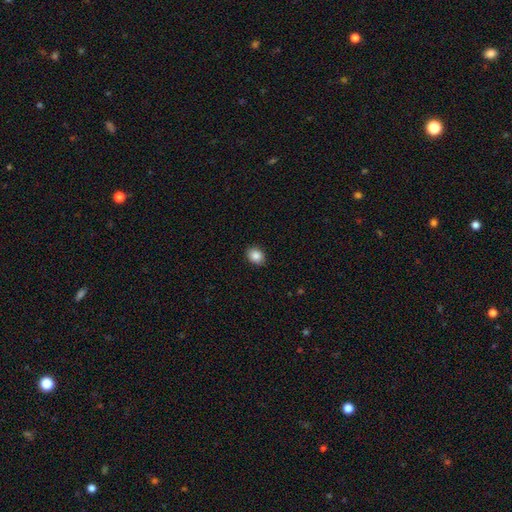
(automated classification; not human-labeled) smooth_or_featured: smooth (p=0.87) [alt: star or artifact p=0.08]
how_rounded: in between (p=0.60) [alt: round p=0.40]
merging: none (p=0.89) [alt: minor disturbance p=0.08]